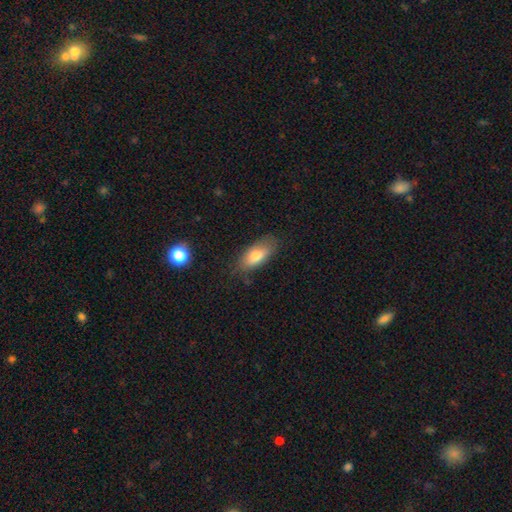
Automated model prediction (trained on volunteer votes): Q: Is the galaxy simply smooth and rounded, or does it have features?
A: smooth — 76%.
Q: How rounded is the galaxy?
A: in between — 85%.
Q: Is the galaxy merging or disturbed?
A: none — 74%.